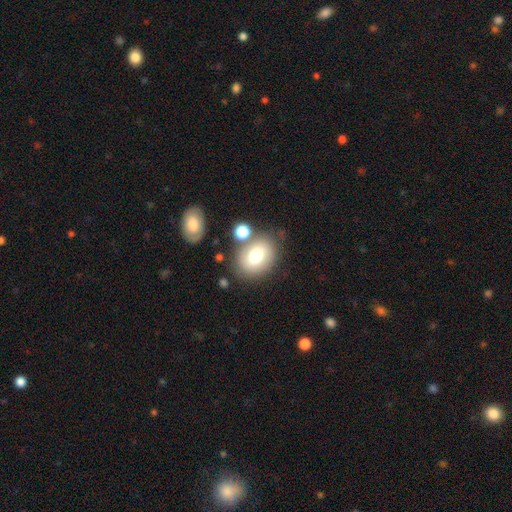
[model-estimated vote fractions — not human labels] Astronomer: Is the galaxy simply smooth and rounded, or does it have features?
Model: smooth — 72%.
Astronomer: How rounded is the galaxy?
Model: in between — 57% (runner-up: round, 42%).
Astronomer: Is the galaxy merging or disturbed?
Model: none — 68%.